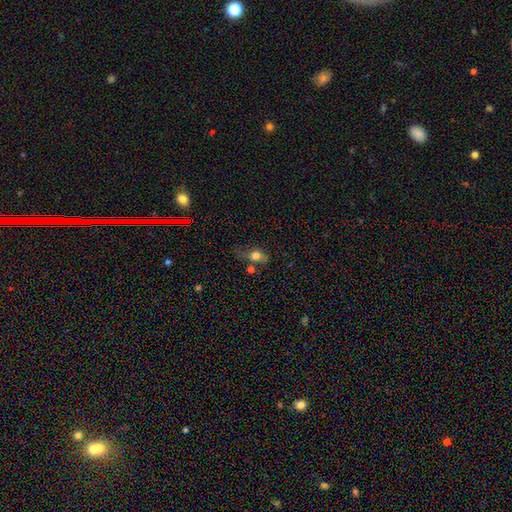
Smooth or featured?
  - smooth: 73% *
  - featured or disk: 19%
  - star or artifact: 8%
How rounded?
  - in between: 63% *
  - round: 37%
  - cigar-shaped: 0%
Merging?
  - none: 47% *
  - minor disturbance: 41%
  - major disturbance: 9%
  - merger: 3%